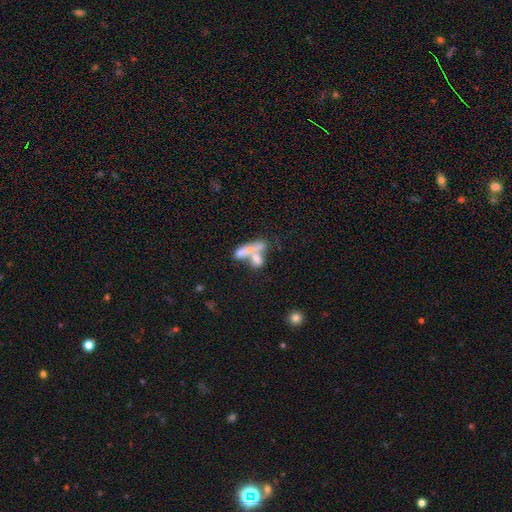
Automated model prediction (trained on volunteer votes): smooth-or-featured: smooth: 56% | featured or disk: 33% | star or artifact: 11%
  how-rounded: in between: 63% | cigar-shaped: 23% | round: 14%
  merging: merger: 62% | none: 19% | major disturbance: 10% | minor disturbance: 8%